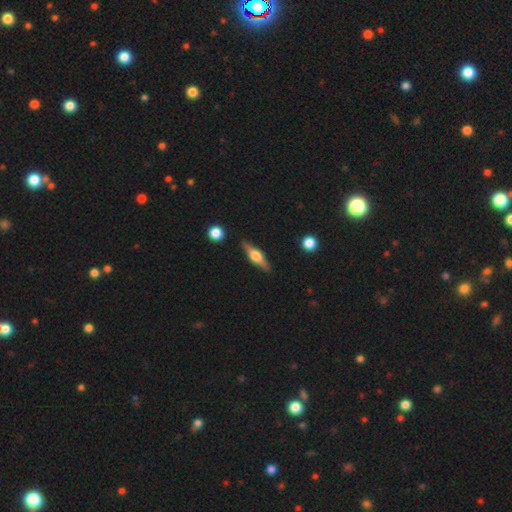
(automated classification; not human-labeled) A featured or disk galaxy (68%) viewed edge-on (96%) with a rounded central bulge (91%).

Vote fractions:
- Smooth or featured? featured or disk: 68% / smooth: 26% / star or artifact: 6%
- Edge-on disk? yes: 96% / no: 4%
- Edge-on bulge? rounded: 91% / boxy: 7% / none: 2%
- Merging? none: 88% / minor disturbance: 8% / merger: 2% / major disturbance: 2%